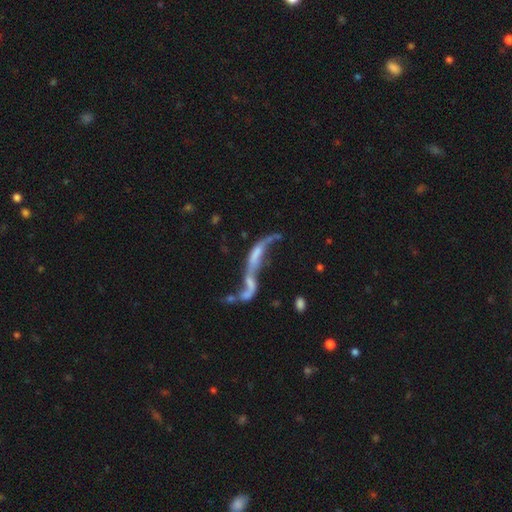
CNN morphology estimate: Smooth or featured: featured or disk — 59% (smooth — 28%)
Edge-on disk: no — 83% (yes — 17%)
Merging: merger — 56% (major disturbance — 24%)